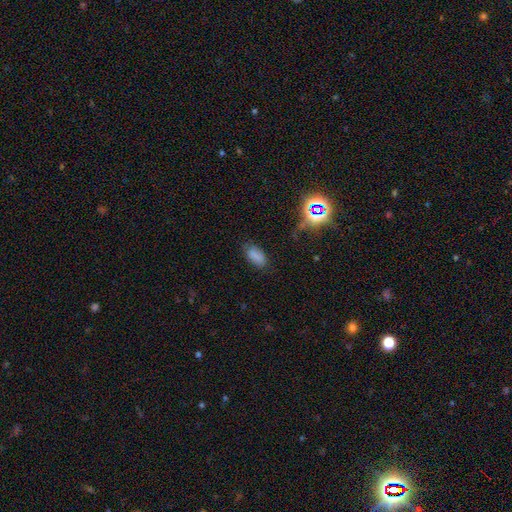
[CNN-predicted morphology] smooth_or_featured: smooth (p=0.81) [alt: star or artifact p=0.13]
how_rounded: in between (p=0.92) [alt: cigar-shaped p=0.05]
merging: none (p=0.76) [alt: minor disturbance p=0.17]